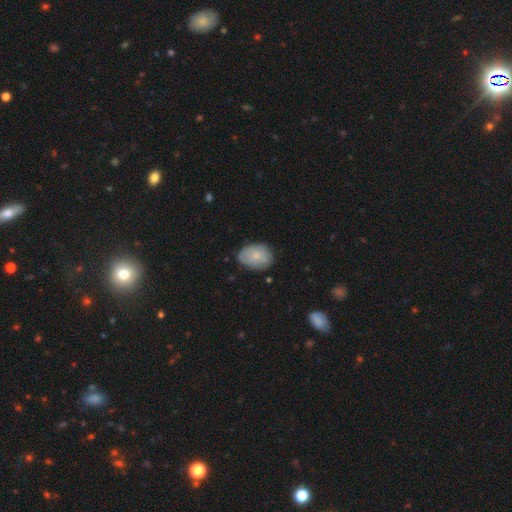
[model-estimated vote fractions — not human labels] Smooth or featured: smooth — 68% (featured or disk — 25%)
How rounded: in between — 69% (round — 30%)
Merging: none — 66% (minor disturbance — 27%)